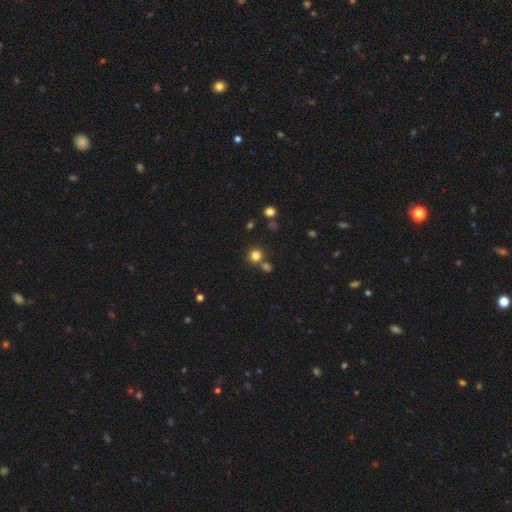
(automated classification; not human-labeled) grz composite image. It shows a smooth galaxy with no disk features (79%) that is round (91%). Merging: none (72%).